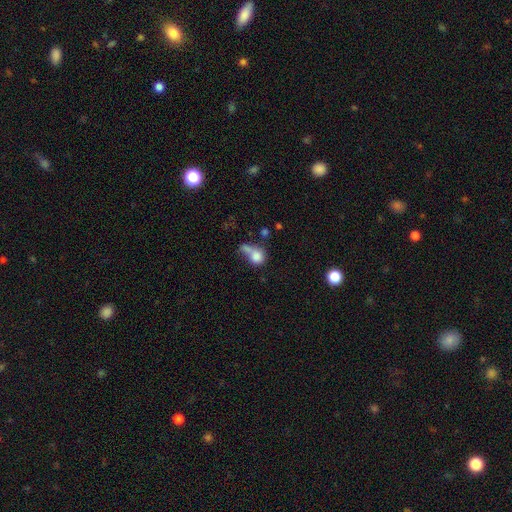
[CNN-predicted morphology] This is likely a smooth galaxy (77%). How rounded: likely round (71%). Merging: marginally merger (43%).